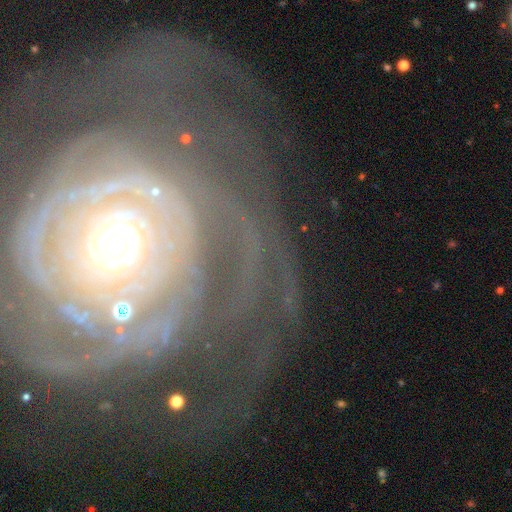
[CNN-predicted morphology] smooth-or-featured: featured or disk: 85% | smooth: 8% | star or artifact: 7%
  disk-edge-on: no: 96% | yes: 4%
    bar: no: 80% | weak: 12% | strong: 7%
    has-spiral-arms: yes: 84% | no: 16%
      spiral-winding: tight: 70% | medium: 20% | loose: 10%
      spiral-arm-count: can't tell: 38% | 2: 18% | 3: 13% | more than 4: 12% | 4: 11% | 1: 9%
    bulge-size: moderate: 57% | small: 30% | large: 10% | dominant: 2% | none: 1%
  merging: none: 51% | major disturbance: 29% | minor disturbance: 16% | merger: 4%